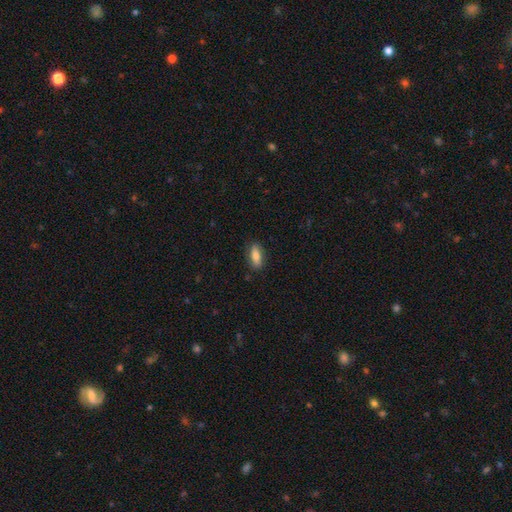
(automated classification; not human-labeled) Smooth or featured? smooth (79%)
How rounded? in between (75%)
Merging? none (85%)